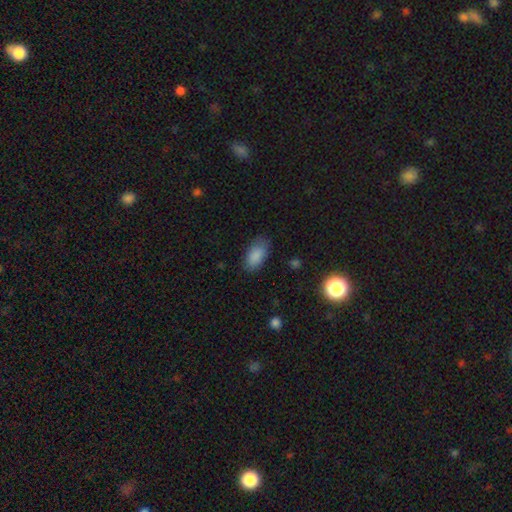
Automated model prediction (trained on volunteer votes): The model was most divided on "merging": none: 76%, minor disturbance: 18%, major disturbance: 5%, merger: 1%. More confident: how rounded — in between (93%); smooth or featured — smooth (87%).